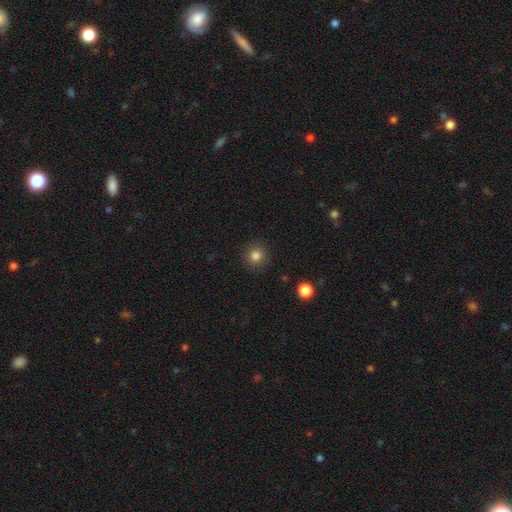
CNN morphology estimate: smooth-or-featured: smooth: 82% | star or artifact: 13% | featured or disk: 5%
  how-rounded: round: 94% | in between: 5% | cigar-shaped: 1%
  merging: none: 91% | minor disturbance: 6% | major disturbance: 2% | merger: 1%